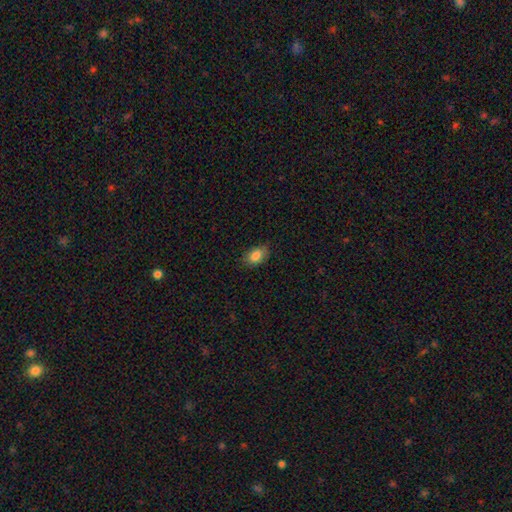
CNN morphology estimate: type=smooth (84%); roundness=in between (85%); merging=none (80%).